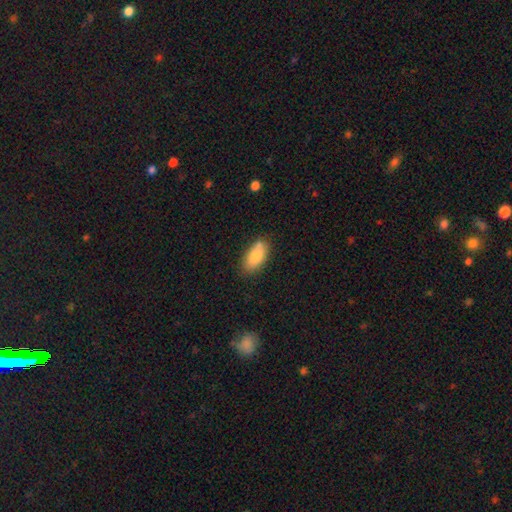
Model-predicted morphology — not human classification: Smooth or featured? Predicted: smooth (p=0.82). How rounded? Predicted: in between (p=0.90). Merging? Predicted: none (p=0.69).